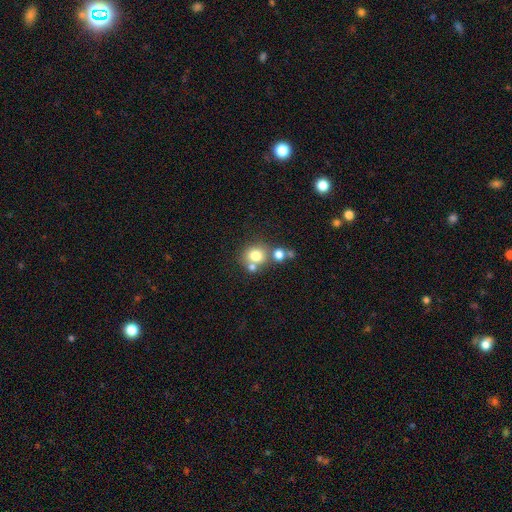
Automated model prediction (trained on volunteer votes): smooth-or-featured: smooth: 74% | featured or disk: 13% | star or artifact: 13%
  how-rounded: round: 78% | in between: 21% | cigar-shaped: 1%
  merging: none: 53% | merger: 33% | minor disturbance: 10% | major disturbance: 4%